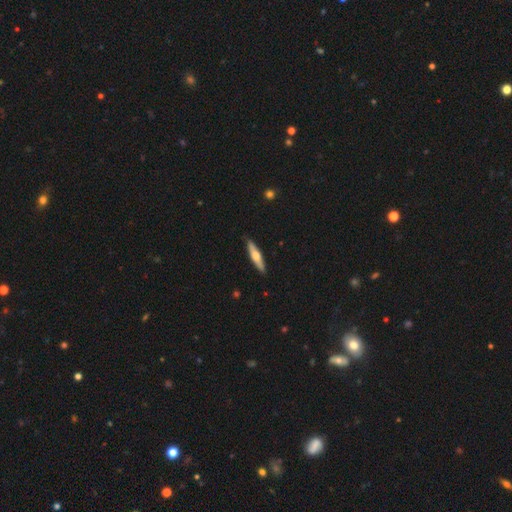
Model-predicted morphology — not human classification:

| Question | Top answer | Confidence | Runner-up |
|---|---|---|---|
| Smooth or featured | featured or disk | 54% | smooth (41%) |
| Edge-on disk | yes | 94% | no (6%) |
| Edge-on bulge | rounded | 91% | none (4%) |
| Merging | none | 91% | minor disturbance (7%) |